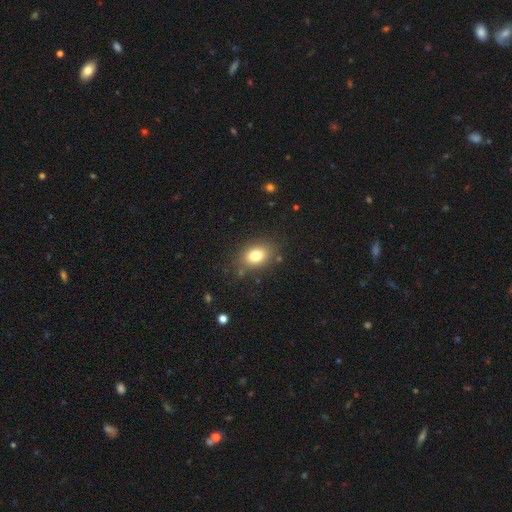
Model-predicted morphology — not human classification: The model was most divided on "how rounded": in between: 68%, round: 31%, cigar-shaped: 1%. More confident: merging — none (82%); smooth or featured — smooth (78%).